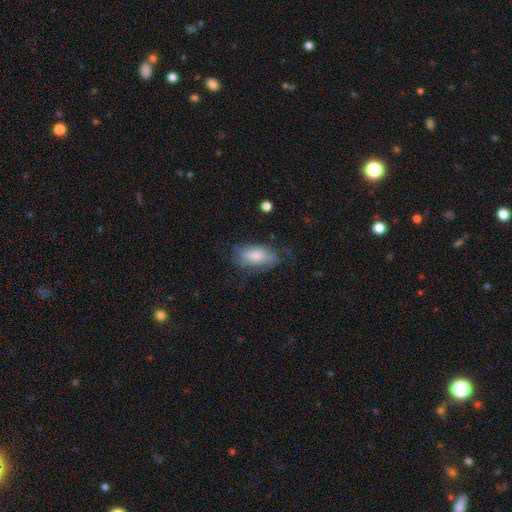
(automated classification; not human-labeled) Smooth or featured? smooth (60%)
How rounded? in between (91%)
Merging? none (49%)